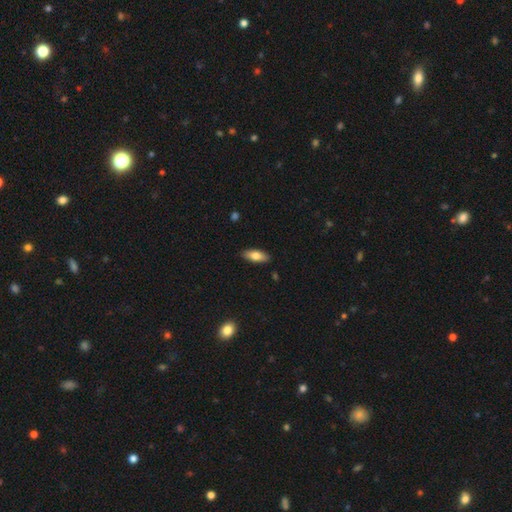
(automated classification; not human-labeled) Morphology: type=smooth (75%); roundness=in between (75%); merging=none (88%).